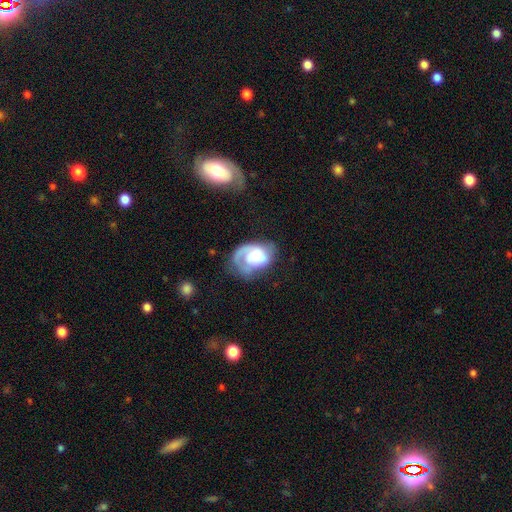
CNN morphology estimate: Q: Smooth or featured?
A: featured or disk (69%); runner-up: smooth (24%)
Q: Edge-on disk?
A: no (97%); runner-up: yes (3%)
Q: Bar?
A: no (70%); runner-up: weak (25%)
Q: Spiral arms?
A: yes (87%); runner-up: no (13%)
Q: Spiral winding?
A: tight (43%); runner-up: medium (37%)
Q: Spiral arm count?
A: 1 (55%); runner-up: 2 (28%)
Q: Bulge size?
A: moderate (45%); runner-up: large (24%)
Q: Merging?
A: none (44%); runner-up: major disturbance (27%)